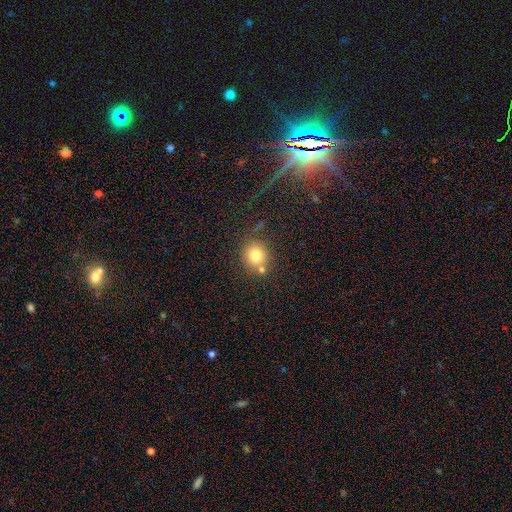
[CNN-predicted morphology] Smooth or featured? smooth (77%)
How rounded? round (83%)
Merging? none (68%)